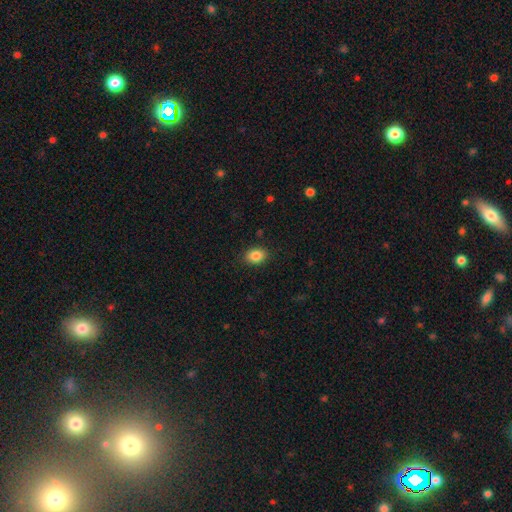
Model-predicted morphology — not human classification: Q: Smooth or featured?
A: smooth (85%); runner-up: star or artifact (9%)
Q: How rounded?
A: in between (70%); runner-up: round (29%)
Q: Merging?
A: none (88%); runner-up: minor disturbance (9%)